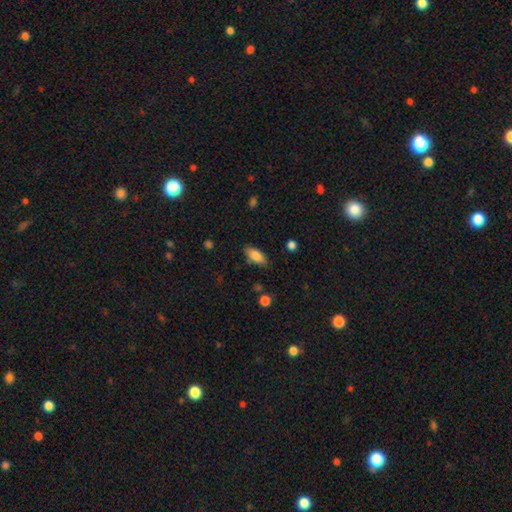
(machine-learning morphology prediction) Smooth or featured?
  - smooth: 82% *
  - featured or disk: 11%
  - star or artifact: 7%
How rounded?
  - in between: 85% *
  - cigar-shaped: 12%
  - round: 3%
Merging?
  - none: 82% *
  - minor disturbance: 13%
  - major disturbance: 3%
  - merger: 2%